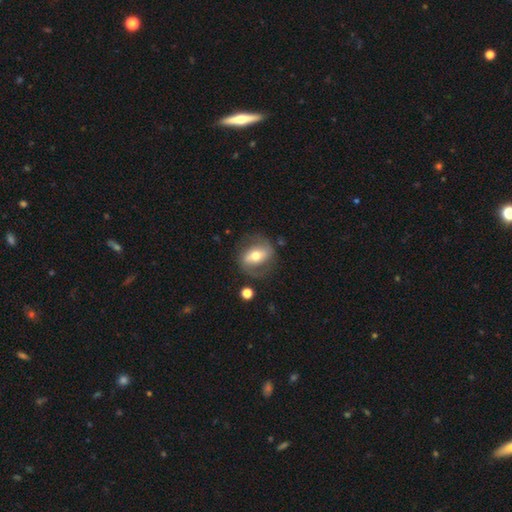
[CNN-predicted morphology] type=featured or disk (62%); edge-on=no (93%); bar=strong (43%); spiral arms=yes (72%); bulge=moderate (71%); merging=none (72%).